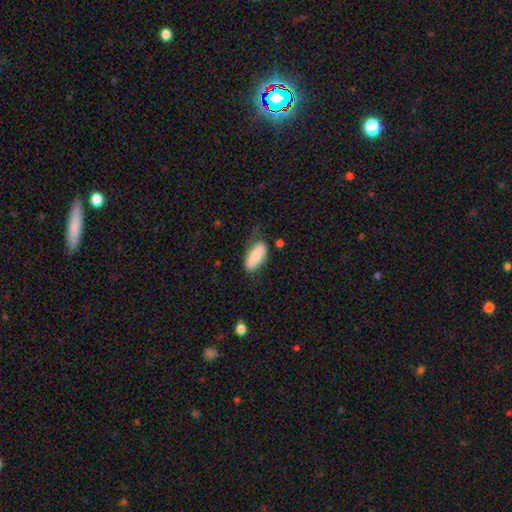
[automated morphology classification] The model was most divided on "merging": none: 59%, minor disturbance: 27%, major disturbance: 11%, merger: 3%. More confident: smooth or featured — smooth (80%); how rounded — in between (77%).